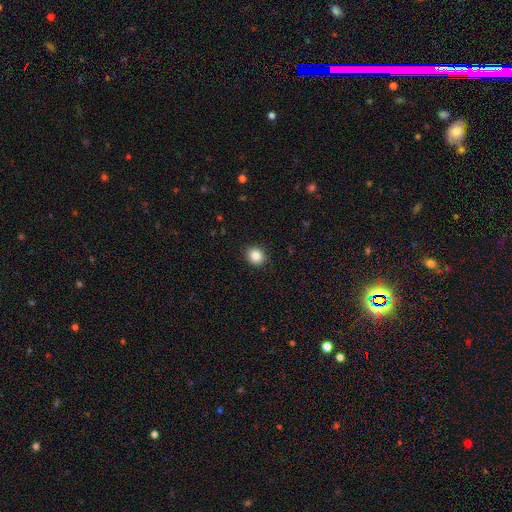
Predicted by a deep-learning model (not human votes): This is clearly a smooth galaxy (86%). How rounded: likely round (79%). Merging: clearly none (90%).